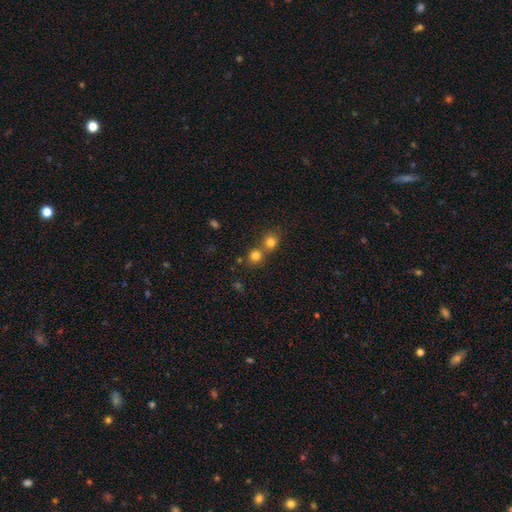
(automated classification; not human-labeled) Smooth or featured? Predicted: smooth (p=0.78). How rounded? Predicted: round (p=0.88). Merging? Predicted: none (p=0.53).